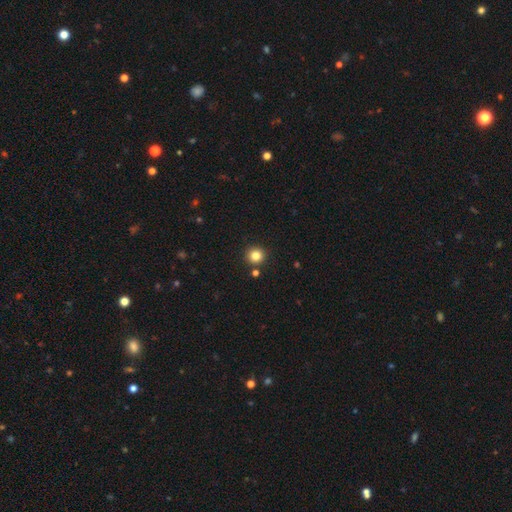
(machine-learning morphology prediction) A smooth galaxy with no disk features (83%) that is round (94%). Merging: none (90%).